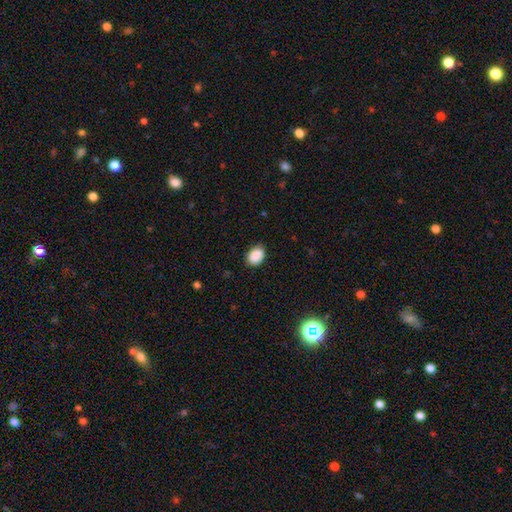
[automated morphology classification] Q: Smooth or featured?
A: smooth (89%); runner-up: star or artifact (8%)
Q: How rounded?
A: in between (71%); runner-up: round (28%)
Q: Merging?
A: none (83%); runner-up: minor disturbance (14%)